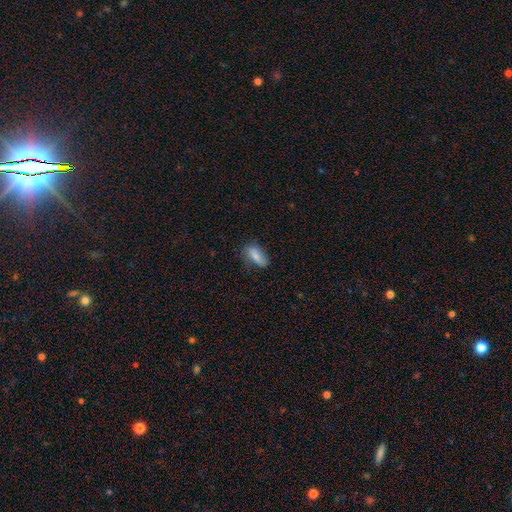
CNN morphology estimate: smooth_or_featured: smooth (p=0.74) [alt: featured or disk p=0.19]
how_rounded: in between (p=0.83) [alt: cigar-shaped p=0.13]
merging: none (p=0.64) [alt: minor disturbance p=0.26]